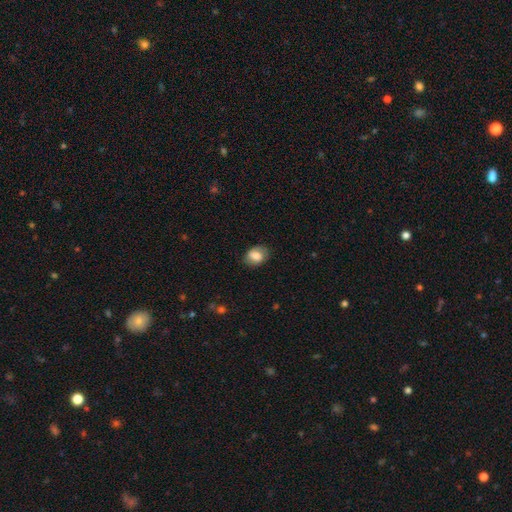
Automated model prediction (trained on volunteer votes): The model was most divided on "how rounded": in between: 68%, round: 31%, cigar-shaped: 1%. More confident: merging — none (79%); smooth or featured — smooth (73%).